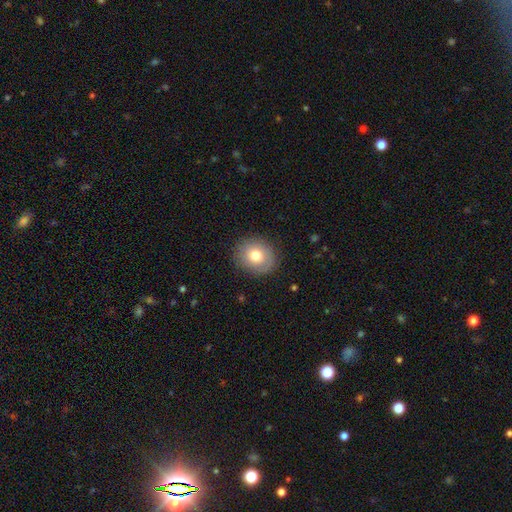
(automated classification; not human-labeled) Morphology: type=smooth (76%); roundness=round (76%); merging=none (86%).